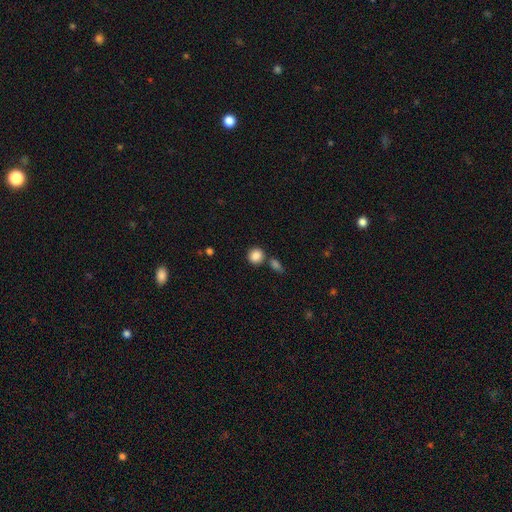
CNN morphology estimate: This is clearly a smooth galaxy (87%). How rounded: clearly round (87%). Merging: likely none (74%).